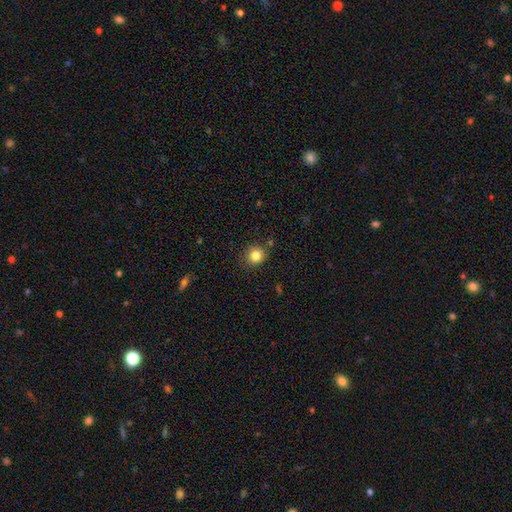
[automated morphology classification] Smooth or featured?
  - smooth: 83% *
  - star or artifact: 11%
  - featured or disk: 6%
How rounded?
  - round: 87% *
  - in between: 12%
  - cigar-shaped: 1%
Merging?
  - none: 84% *
  - minor disturbance: 10%
  - merger: 3%
  - major disturbance: 3%